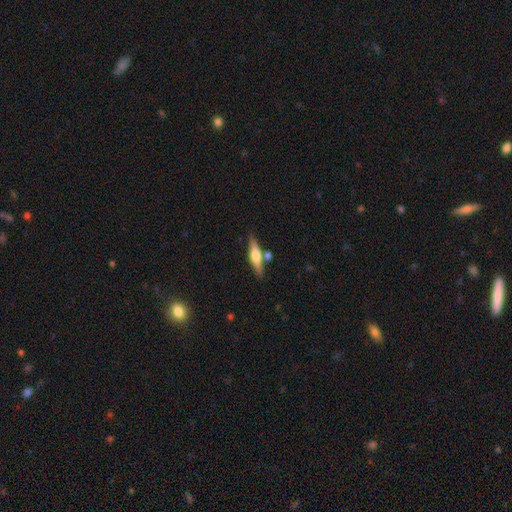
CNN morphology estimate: A featured or disk galaxy (53%) viewed edge-on (94%).

Vote fractions:
- Smooth or featured? featured or disk: 53% / smooth: 41% / star or artifact: 6%
- Edge-on disk? yes: 94% / no: 6%
- Merging? none: 77% / minor disturbance: 11% / merger: 10% / major disturbance: 3%